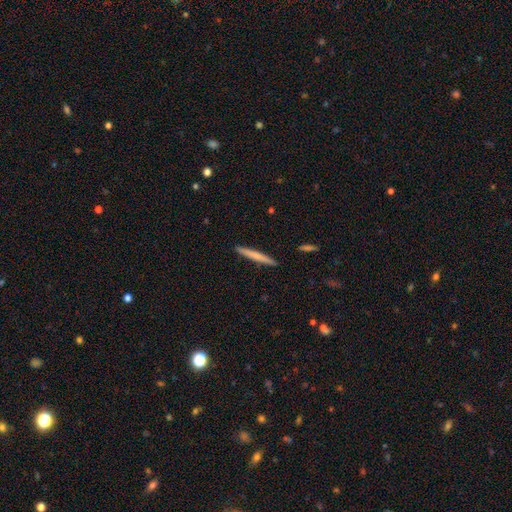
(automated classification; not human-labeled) The model was most divided on "smooth or featured": smooth: 63%, featured or disk: 31%, star or artifact: 6%. More confident: how rounded — cigar-shaped (96%); merging — none (92%).